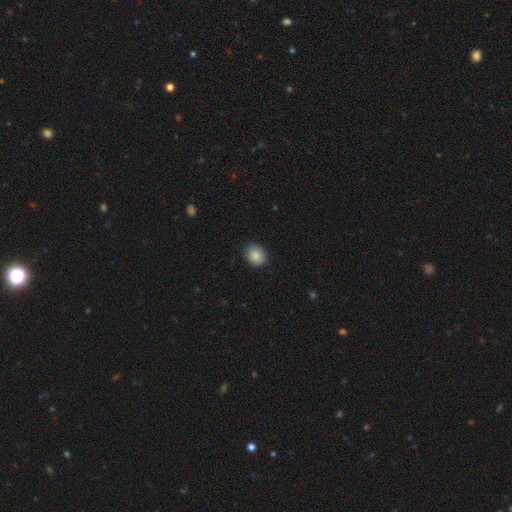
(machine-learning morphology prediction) A smooth galaxy with no disk features (86%) that is round (54%).

Vote fractions:
- Smooth or featured? smooth: 86% / star or artifact: 8% / featured or disk: 5%
- How rounded? round: 54% / in between: 45% / cigar-shaped: 1%
- Merging? none: 86% / minor disturbance: 11% / major disturbance: 2% / merger: 1%